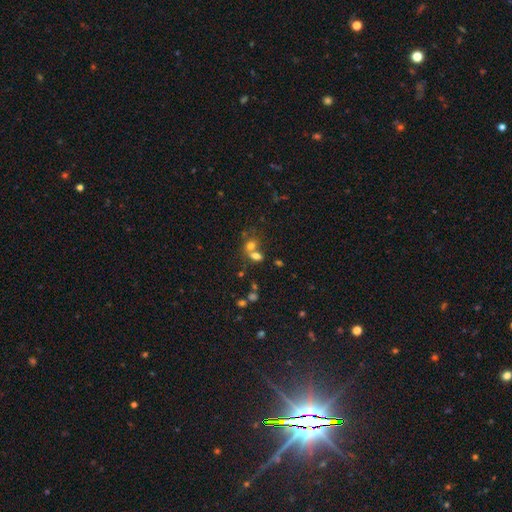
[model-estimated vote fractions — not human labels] A smooth galaxy with no disk features (69%) that is in between round and cigar-shaped (57%).

Vote fractions:
- Smooth or featured? smooth: 69% / star or artifact: 17% / featured or disk: 15%
- How rounded? in between: 57% / round: 41% / cigar-shaped: 2%
- Merging? merger: 57% / none: 31% / minor disturbance: 8% / major disturbance: 5%